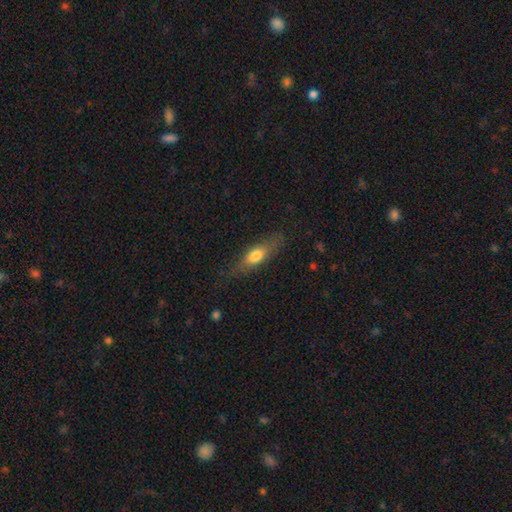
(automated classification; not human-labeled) A smooth galaxy with no disk features (67%) that is in between round and cigar-shaped (59%).

Vote fractions:
- Smooth or featured? smooth: 67% / featured or disk: 26% / star or artifact: 7%
- How rounded? in between: 59% / cigar-shaped: 38% / round: 4%
- Merging? none: 74% / minor disturbance: 18% / major disturbance: 6% / merger: 1%